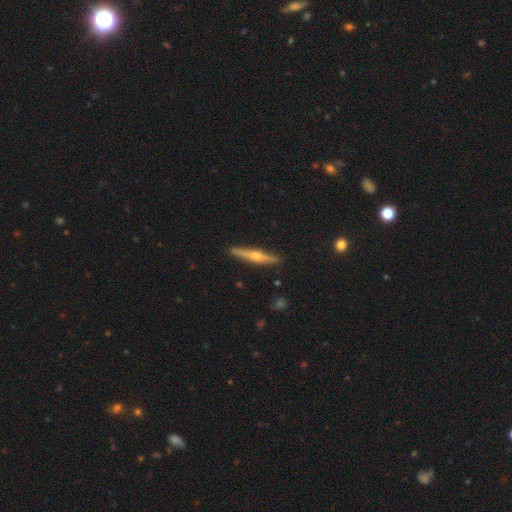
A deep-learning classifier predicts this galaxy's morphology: type=featured or disk (74%); edge-on=yes (98%); edge-on bulge=rounded (94%); merging=none (91%).